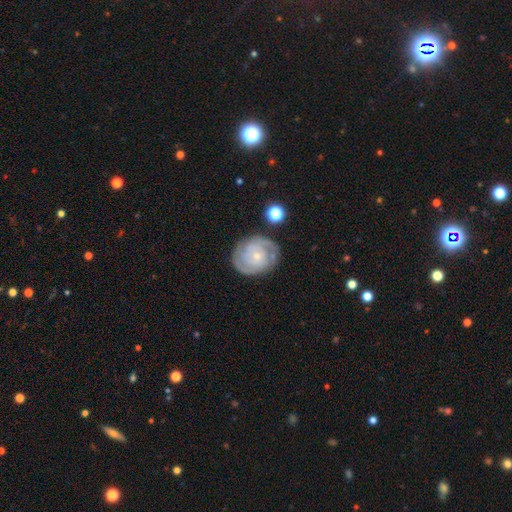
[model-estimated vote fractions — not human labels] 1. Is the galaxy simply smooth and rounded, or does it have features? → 75% featured or disk, 19% smooth, 6% star or artifact.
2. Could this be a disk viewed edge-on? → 98% no, 2% yes.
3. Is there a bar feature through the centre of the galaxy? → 76% no, 20% weak, 4% strong.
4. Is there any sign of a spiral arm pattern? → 90% yes, 10% no.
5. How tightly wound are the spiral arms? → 63% tight, 29% medium, 8% loose.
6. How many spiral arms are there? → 51% 2, 24% can't tell, 13% 3, 4% 1, 4% 4, 3% more than 4.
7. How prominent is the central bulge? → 78% small, 17% moderate, 3% none, 1% large, 1% dominant.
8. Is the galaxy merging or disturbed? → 75% none, 16% minor disturbance, 6% major disturbance, 3% merger.